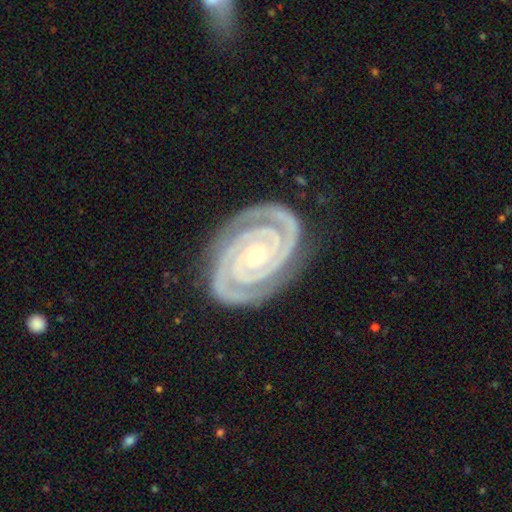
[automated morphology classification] smooth_or_featured: featured or disk (p=0.94) [alt: star or artifact p=0.04]
disk_edge_on: no (p=0.98) [alt: yes p=0.02]
bar: no (p=0.69) [alt: weak p=0.15]
has_spiral_arms: yes (p=0.99) [alt: no p=0.01]
spiral_winding: tight (p=0.89) [alt: medium p=0.10]
spiral_arm_count: 2 (p=0.89) [alt: 3 p=0.05]
bulge_size: small (p=0.78) [alt: moderate p=0.18]
merging: none (p=0.86) [alt: minor disturbance p=0.11]